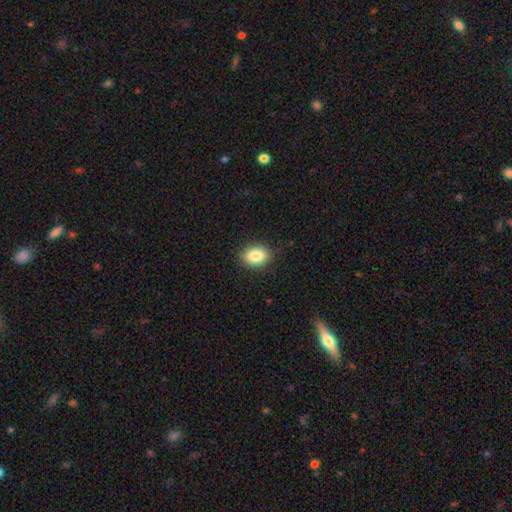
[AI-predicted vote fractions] Smooth or featured?
  - smooth: 85% *
  - star or artifact: 8%
  - featured or disk: 7%
How rounded?
  - in between: 72% *
  - round: 27%
  - cigar-shaped: 1%
Merging?
  - none: 88% *
  - minor disturbance: 9%
  - major disturbance: 2%
  - merger: 1%